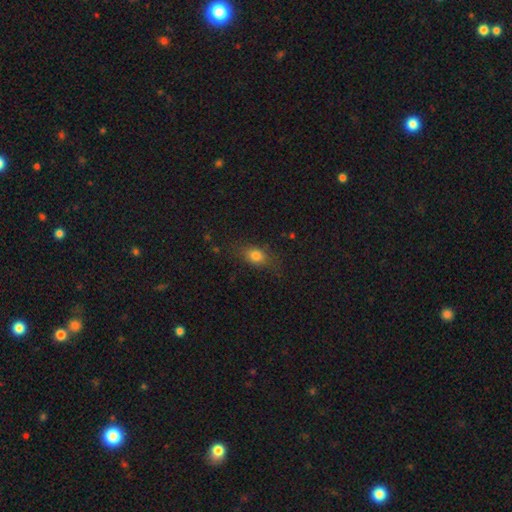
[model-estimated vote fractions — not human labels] smooth 77%, star or artifact 11%, featured or disk 11%. Down the decision tree: how rounded — in between (67%); merging — none (73%).